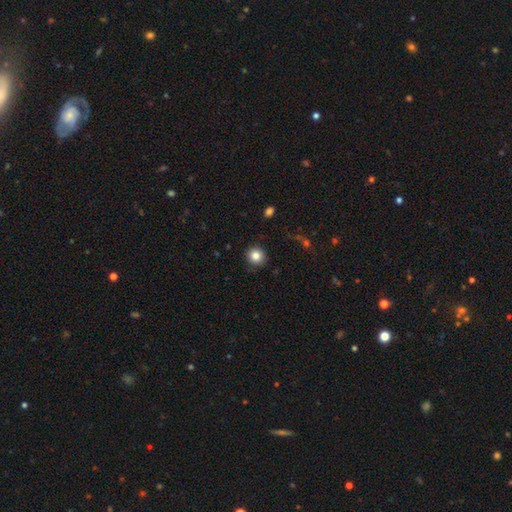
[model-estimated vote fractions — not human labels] Smooth or featured? Predicted: smooth (p=0.83). How rounded? Predicted: round (p=0.91). Merging? Predicted: none (p=0.88).